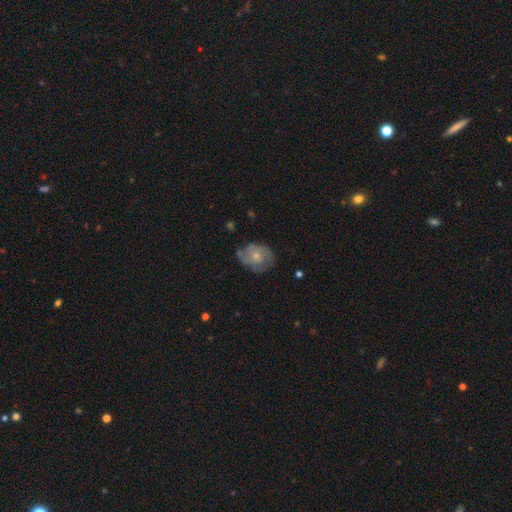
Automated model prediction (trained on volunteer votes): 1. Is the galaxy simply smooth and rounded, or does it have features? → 55% featured or disk, 38% smooth, 7% star or artifact.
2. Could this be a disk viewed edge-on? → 97% no, 3% yes.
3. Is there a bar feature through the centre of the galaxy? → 82% no, 15% weak, 2% strong.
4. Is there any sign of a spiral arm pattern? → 70% yes, 30% no.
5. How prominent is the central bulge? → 58% small, 36% moderate, 3% none, 2% large, 1% dominant.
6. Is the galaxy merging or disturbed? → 63% none, 25% minor disturbance, 10% major disturbance, 2% merger.